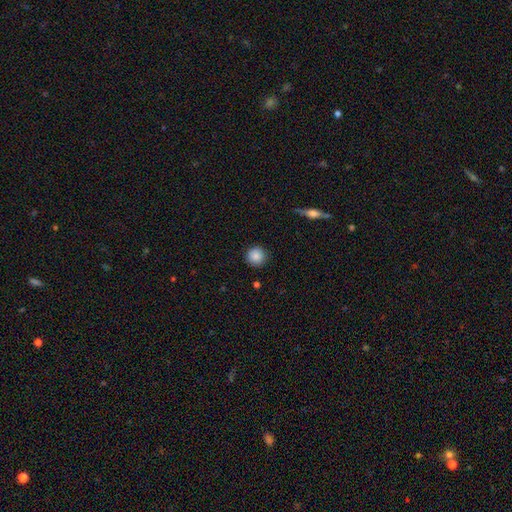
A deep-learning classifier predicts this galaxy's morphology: This is clearly a smooth galaxy (87%). How rounded: clearly round (95%). Merging: clearly none (90%).